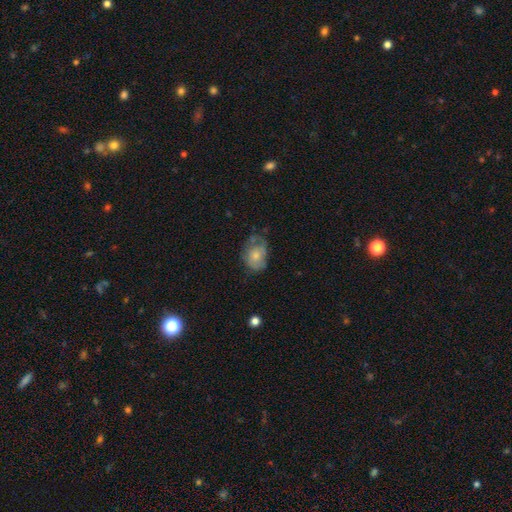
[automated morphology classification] The model was most divided on "merging": none: 40%, minor disturbance: 36%, major disturbance: 20%, merger: 3%. More confident: how rounded — in between (69%); smooth or featured — smooth (66%).